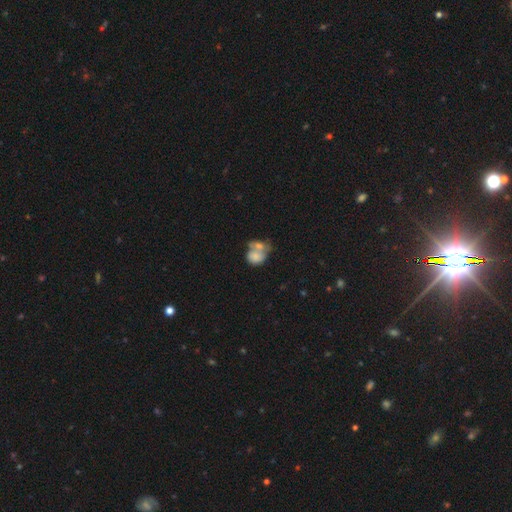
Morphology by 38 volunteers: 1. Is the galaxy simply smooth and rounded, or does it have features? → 74% smooth, 21% featured or disk, 5% star or artifact.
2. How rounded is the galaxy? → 57% round, 43% in between, 0% cigar-shaped.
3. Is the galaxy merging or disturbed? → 53% merger, 36% none, 6% minor disturbance, 6% major disturbance.